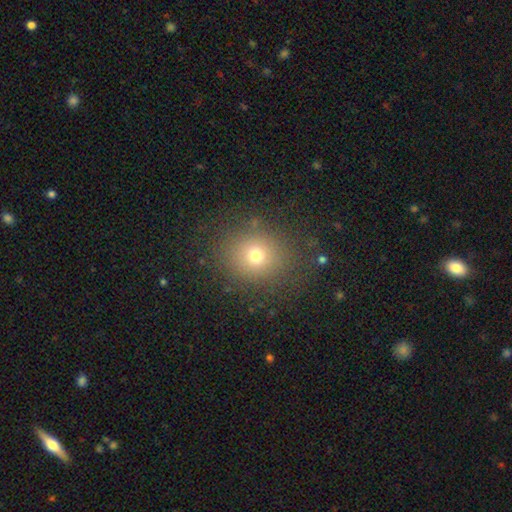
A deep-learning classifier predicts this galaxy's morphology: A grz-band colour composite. It shows a smooth galaxy with no disk features (70%) that is round (80%). Merging: none (83%).